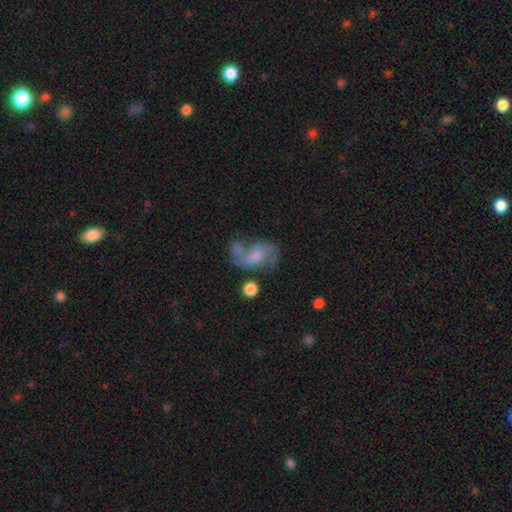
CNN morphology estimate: A featured or disk galaxy (56%) with no bar (63%), spiral arms (77%) and a moderate central bulge (36%).

Vote fractions:
- Smooth or featured? featured or disk: 56% / smooth: 34% / star or artifact: 10%
- Edge-on disk? no: 97% / yes: 3%
- Bar? no: 63% / weak: 31% / strong: 6%
- Spiral arms? yes: 77% / no: 23%
- Bulge size? moderate: 36% / small: 29% / none: 21% / large: 12% / dominant: 2%
- Merging? none: 39% / merger: 22% / minor disturbance: 21% / major disturbance: 19%